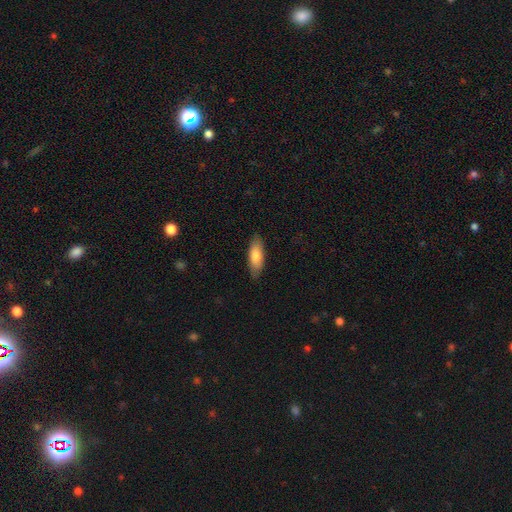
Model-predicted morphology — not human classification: smooth 79%, featured or disk 16%, star or artifact 5%. Down the decision tree: how rounded — in between (68%); merging — none (86%).